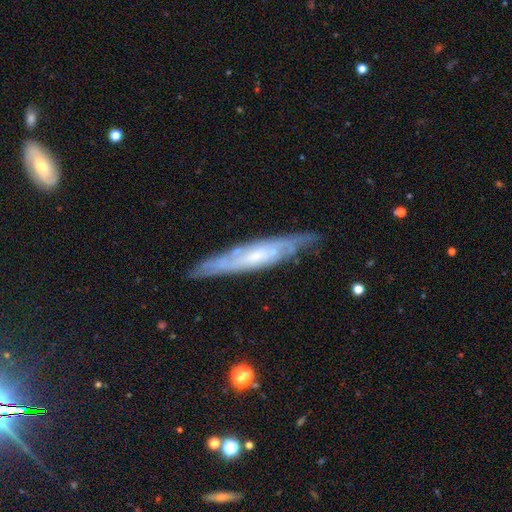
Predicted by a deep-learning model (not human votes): Overall: featured or disk (70%). Edge-on disk: yes (60%; no 40%). Merging: none (78%).